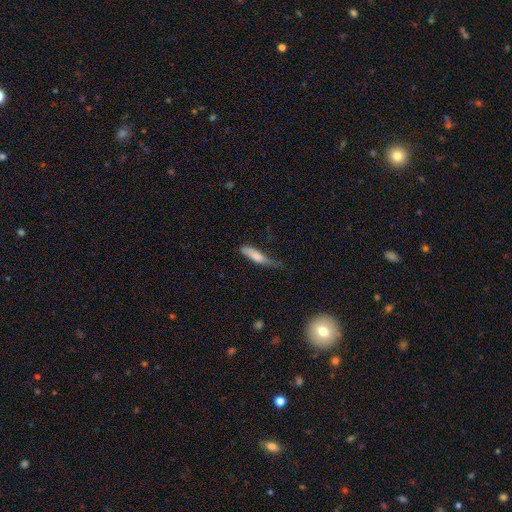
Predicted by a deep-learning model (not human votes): Smooth or featured: smooth — 75% (featured or disk — 19%)
How rounded: cigar-shaped — 73% (in between — 25%)
Merging: none — 41% (tied with minor disturbance — 41%)